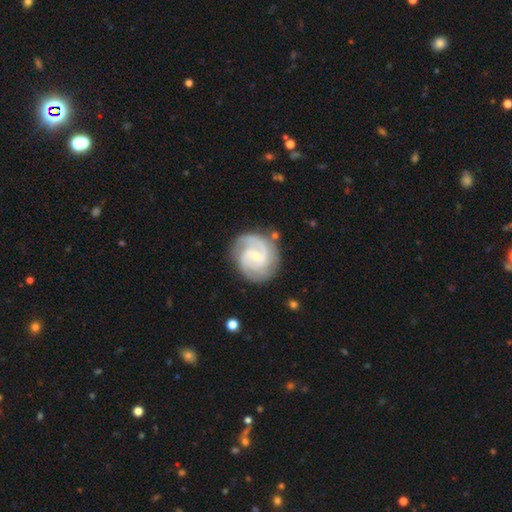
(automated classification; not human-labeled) Smooth or featured? featured or disk (86%)
Edge-on disk? no (98%)
Bar? weak (48%)
Spiral arms? yes (97%)
Spiral winding? tight (46%)
Spiral arm count? 2 (54%)
Bulge size? small (68%)
Merging? none (76%)